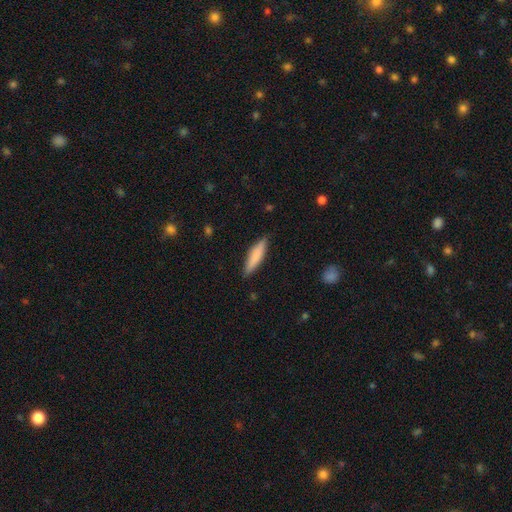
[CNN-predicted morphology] Smooth or featured? smooth (77%)
How rounded? cigar-shaped (76%)
Merging? none (84%)